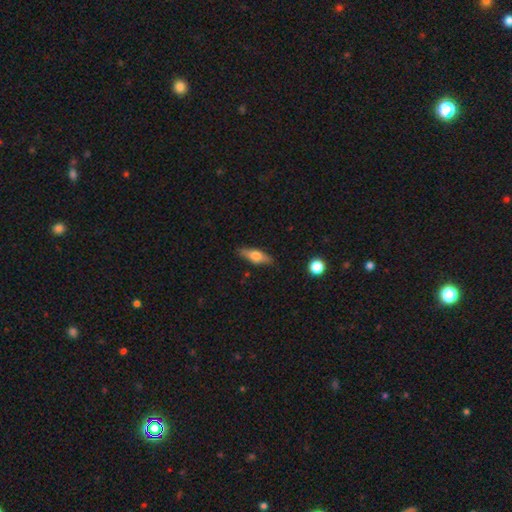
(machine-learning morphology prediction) Smooth or featured? Predicted: smooth (p=0.54). How rounded? Predicted: in between (p=0.49). Merging? Predicted: none (p=0.83).